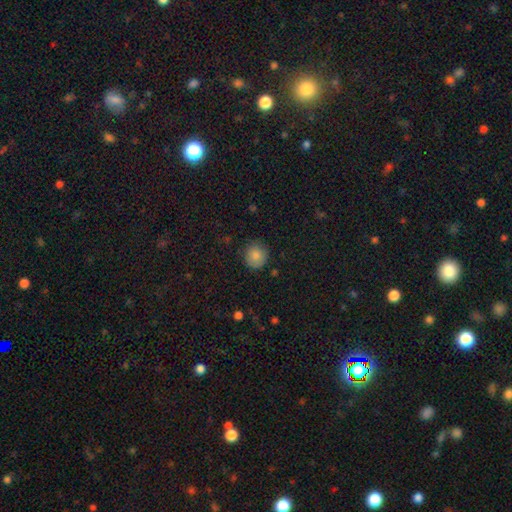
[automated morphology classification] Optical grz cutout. It shows a smooth galaxy with no disk features (84%) that is round (89%). Merging: none (81%).